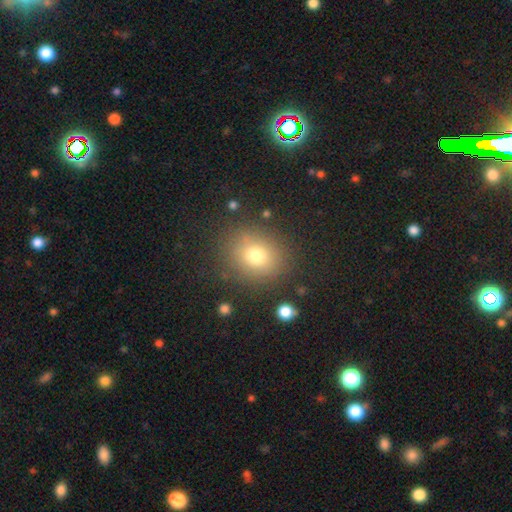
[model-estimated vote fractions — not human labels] The model was most divided on "how rounded": round: 76%, in between: 23%, cigar-shaped: 1%. More confident: merging — none (85%); smooth or featured — smooth (74%).